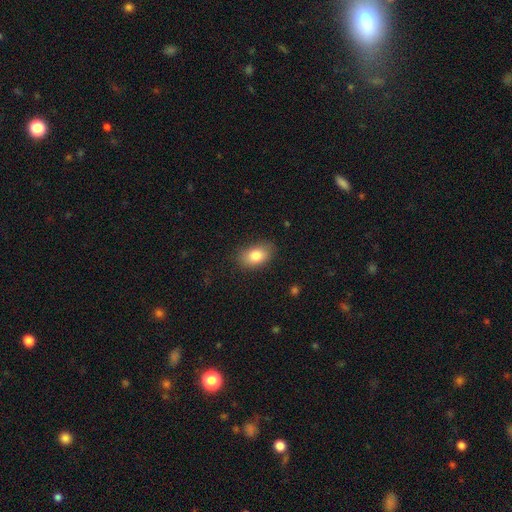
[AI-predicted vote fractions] This appears to be a smooth galaxy with no disk features (82%) that is in between round and cigar-shaped (88%). Merging: none (82%).